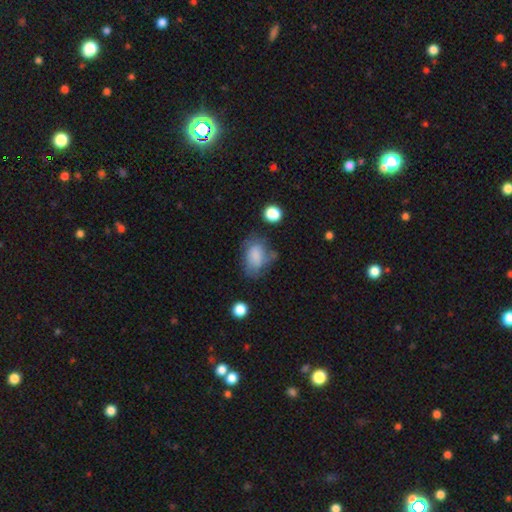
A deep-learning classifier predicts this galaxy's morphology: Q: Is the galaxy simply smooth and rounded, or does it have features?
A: smooth — 74%.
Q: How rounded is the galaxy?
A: in between — 82%.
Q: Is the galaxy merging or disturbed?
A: none — 46%.